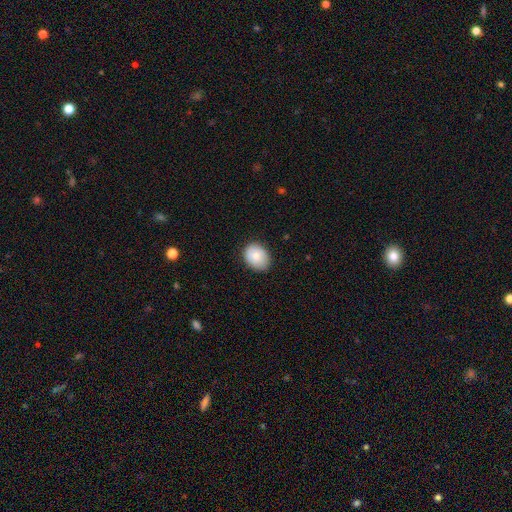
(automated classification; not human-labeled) Morphology: type=smooth (77%); roundness=in between (57%); merging=none (84%).